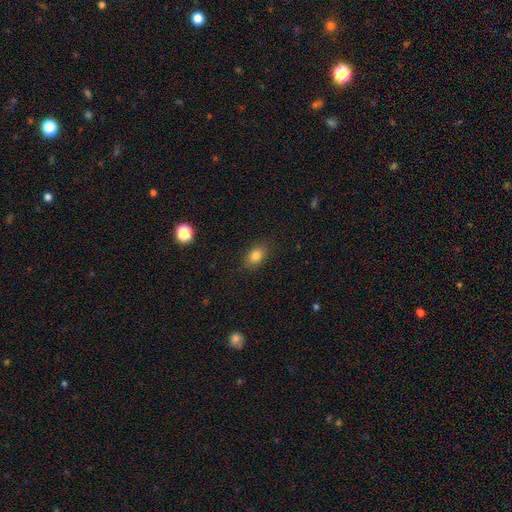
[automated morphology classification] Smooth or featured: smooth — 83% (star or artifact — 10%)
How rounded: in between — 80% (round — 18%)
Merging: none — 86% (minor disturbance — 11%)